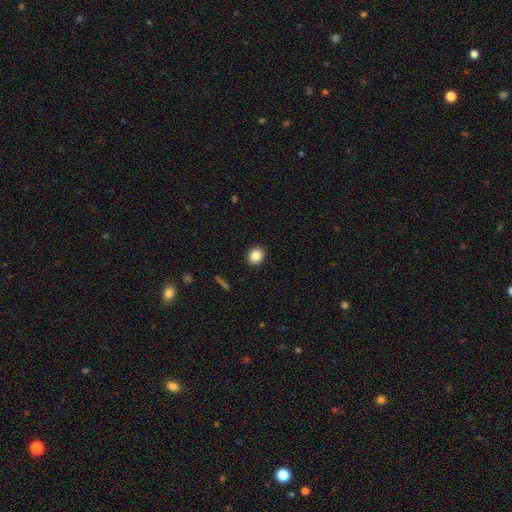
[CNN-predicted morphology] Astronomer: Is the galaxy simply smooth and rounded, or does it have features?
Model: smooth — 84%.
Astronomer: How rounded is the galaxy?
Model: round — 81%.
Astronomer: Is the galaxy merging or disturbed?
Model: none — 92%.